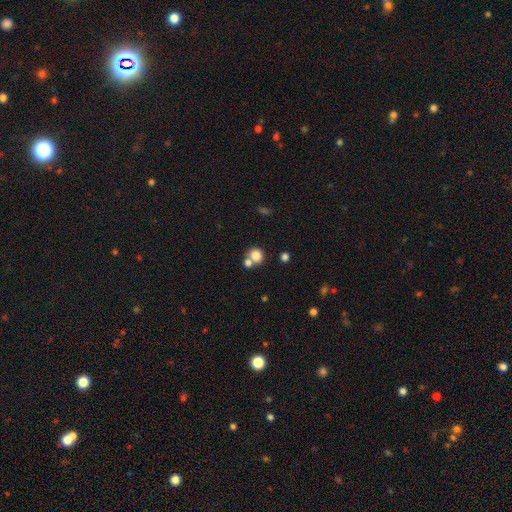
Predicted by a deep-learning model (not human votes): Smooth or featured? Predicted: smooth (p=0.79). How rounded? Predicted: round (p=0.80). Merging? Predicted: none (p=0.44, tied with merger).